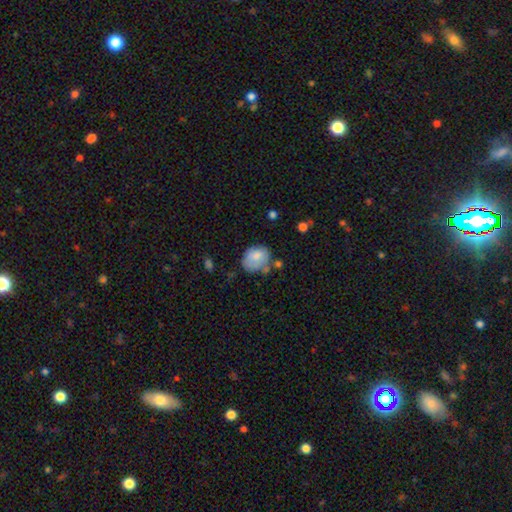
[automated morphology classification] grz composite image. It shows a smooth galaxy with no disk features (75%) that is in between round and cigar-shaped (50%). Merging: none (50%).